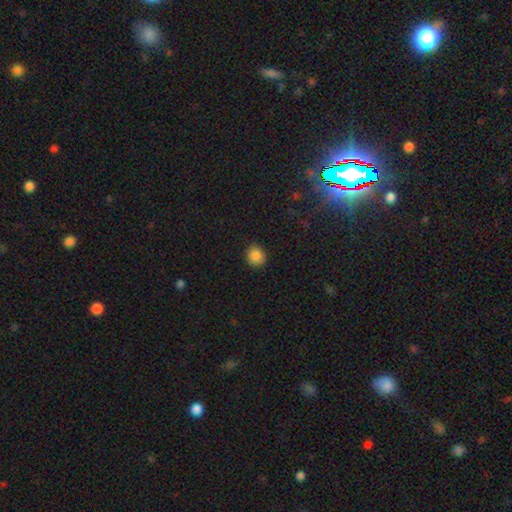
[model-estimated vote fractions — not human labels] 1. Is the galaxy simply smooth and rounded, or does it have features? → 86% smooth, 10% star or artifact, 4% featured or disk.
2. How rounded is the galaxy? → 85% round, 14% in between, 1% cigar-shaped.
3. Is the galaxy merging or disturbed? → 89% none, 8% minor disturbance, 2% major disturbance, 1% merger.